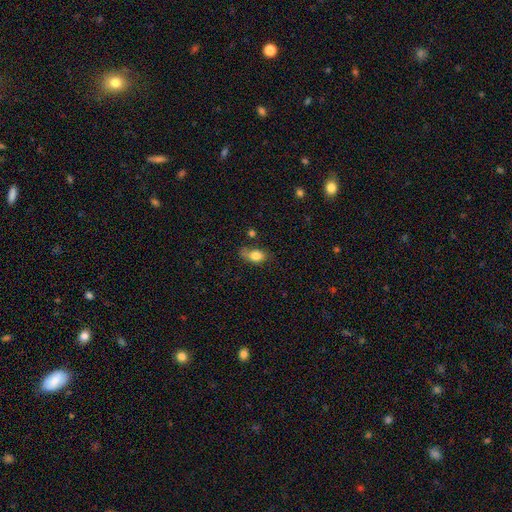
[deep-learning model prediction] A smooth galaxy with no disk features (80%) that is in between round and cigar-shaped (80%).

Vote fractions:
- Smooth or featured? smooth: 80% / featured or disk: 11% / star or artifact: 9%
- How rounded? in between: 80% / round: 16% / cigar-shaped: 4%
- Merging? none: 51% / minor disturbance: 31% / major disturbance: 11% / merger: 6%